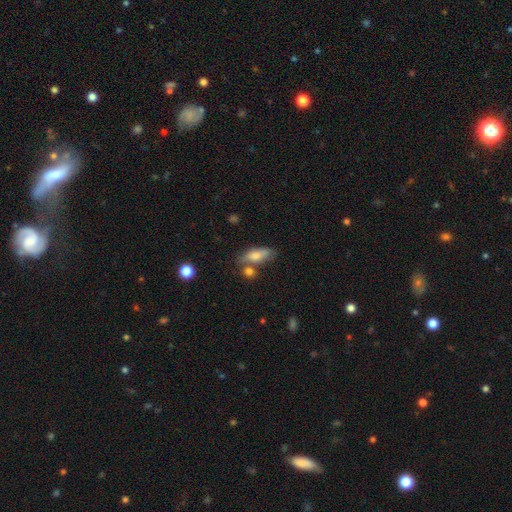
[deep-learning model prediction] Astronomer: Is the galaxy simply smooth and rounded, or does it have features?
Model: smooth — 67%.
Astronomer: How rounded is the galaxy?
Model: in between — 61%.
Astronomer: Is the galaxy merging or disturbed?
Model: none — 60%.